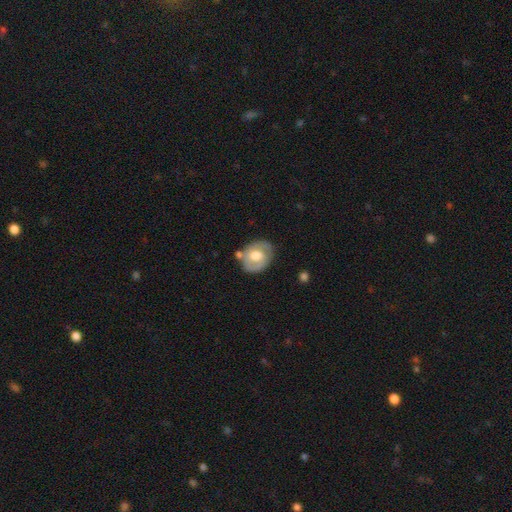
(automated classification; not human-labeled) The model was most divided on "smooth or featured": featured or disk: 49%, smooth: 45%, star or artifact: 6%. More confident: merging — none (65%).